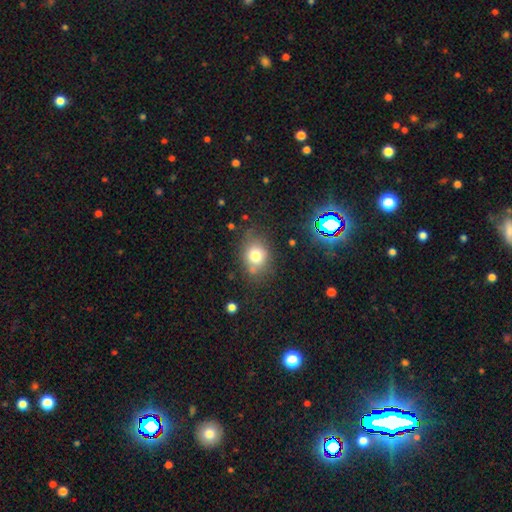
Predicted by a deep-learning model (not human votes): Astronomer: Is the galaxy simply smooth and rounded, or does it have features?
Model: smooth — 74%.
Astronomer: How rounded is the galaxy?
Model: round — 53% (runner-up: in between, 46%).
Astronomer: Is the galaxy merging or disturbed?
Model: none — 68%.